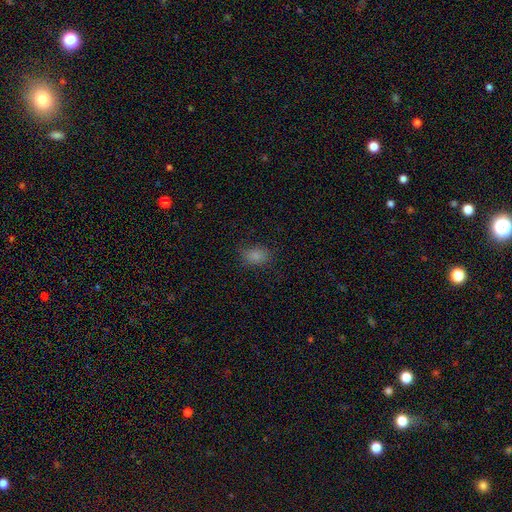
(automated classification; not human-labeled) smooth 82%, star or artifact 12%, featured or disk 5%. Down the decision tree: how rounded — in between (78%); merging — none (75%).